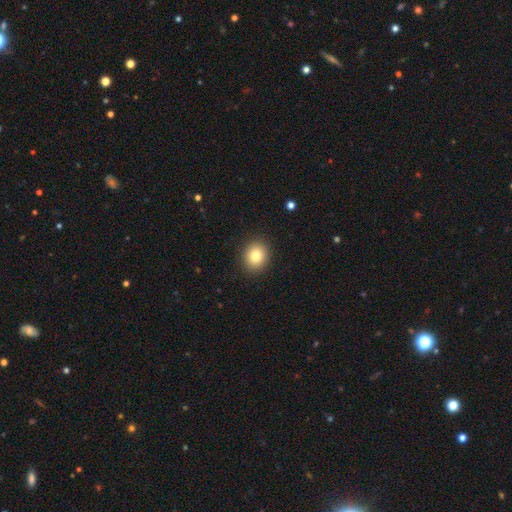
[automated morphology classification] Smooth or featured: smooth — 81% (star or artifact — 10%)
How rounded: round — 69% (in between — 30%)
Merging: none — 90% (minor disturbance — 6%)